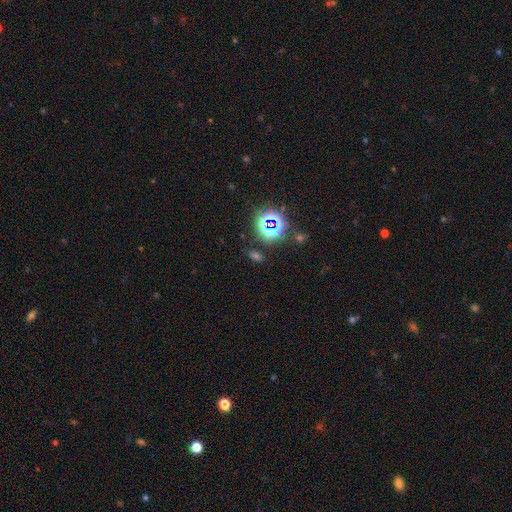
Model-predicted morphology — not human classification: Smooth or featured? star or artifact (57%)